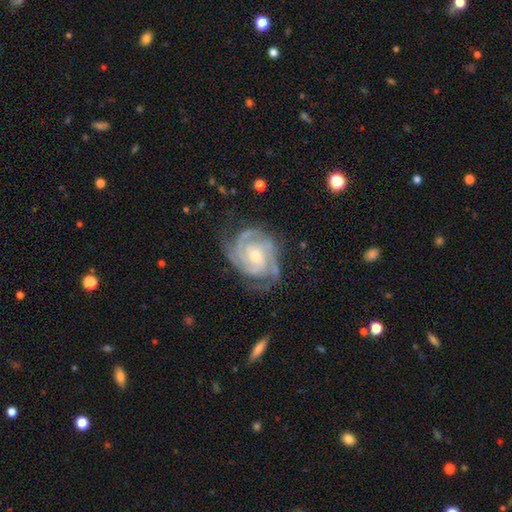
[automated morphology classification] This is clearly a featured or disk galaxy (92%). It is clearly not viewed edge-on (98%). Bar: possibly no (58%). Spiral arm pattern: clearly yes (98%). Spiral arm count: marginally 3 (42%). Spiral winding: likely tight (72%). Central bulge: possibly moderate (50%). Merging: likely none (73%).